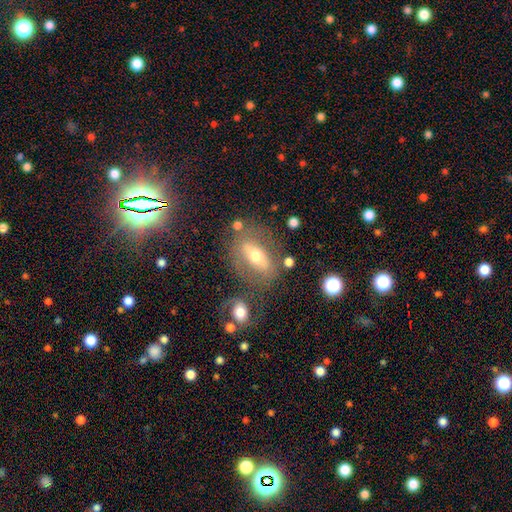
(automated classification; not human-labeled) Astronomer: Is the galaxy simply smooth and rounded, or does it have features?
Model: featured or disk — 51% (runner-up: smooth, 39%).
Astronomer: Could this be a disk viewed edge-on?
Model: no — 74%.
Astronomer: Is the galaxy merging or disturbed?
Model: none — 63%.